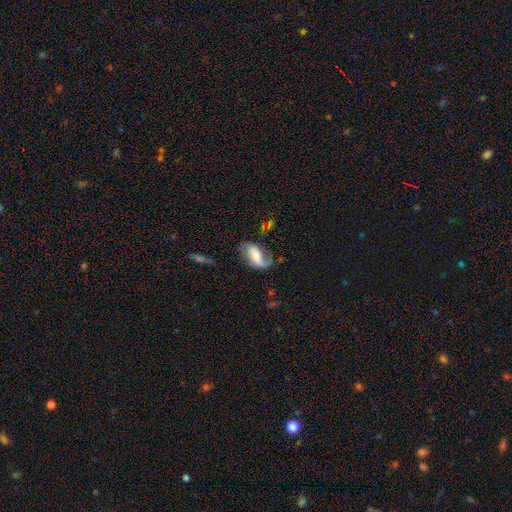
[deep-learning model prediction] A featured or disk galaxy (72%) with a weak bar (39%), 2 (69%) loose (57%) spiral arms (91%) and a moderate central bulge (46%).

Vote fractions:
- Smooth or featured? featured or disk: 72% / smooth: 21% / star or artifact: 7%
- Edge-on disk? no: 95% / yes: 5%
- Bar? weak: 39% / no: 38% / strong: 23%
- Spiral arms? yes: 91% / no: 9%
- Spiral winding? loose: 57% / medium: 32% / tight: 11%
- Spiral arm count? 2: 69% / 1: 24% / can't tell: 5% / 3: 1% / 4: 1% / more than 4: 1%
- Bulge size? moderate: 46% / small: 29% / large: 15% / none: 7% / dominant: 2%
- Merging? none: 55% / minor disturbance: 23% / major disturbance: 19% / merger: 3%